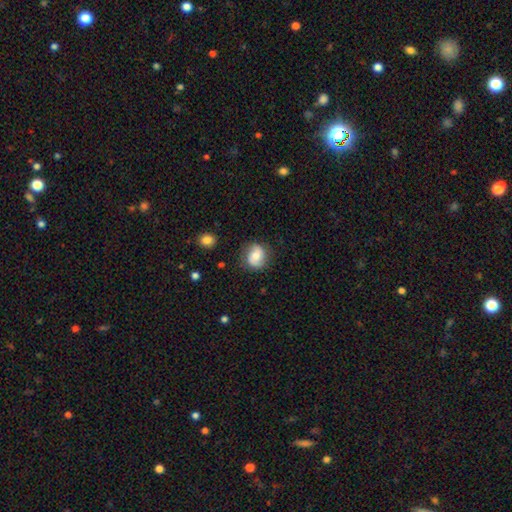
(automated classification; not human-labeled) A smooth galaxy with no disk features (59%) that is round (73%).

Vote fractions:
- Smooth or featured? smooth: 59% / featured or disk: 33% / star or artifact: 8%
- How rounded? round: 73% / in between: 26% / cigar-shaped: 1%
- Merging? none: 79% / minor disturbance: 15% / major disturbance: 4% / merger: 1%